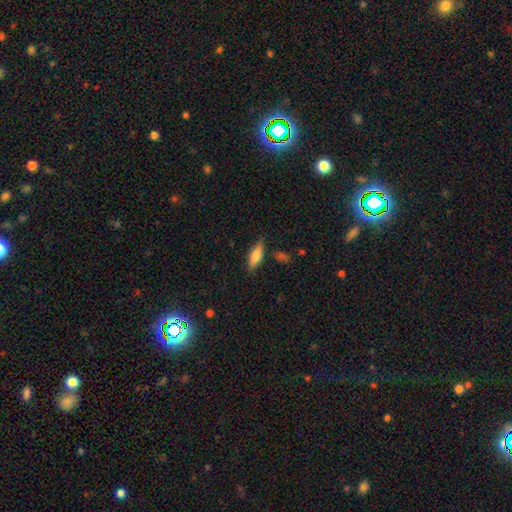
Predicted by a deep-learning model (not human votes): Q: Smooth or featured?
A: smooth (65%); runner-up: featured or disk (28%)
Q: How rounded?
A: in between (55%); runner-up: cigar-shaped (43%)
Q: Merging?
A: none (77%); runner-up: minor disturbance (16%)